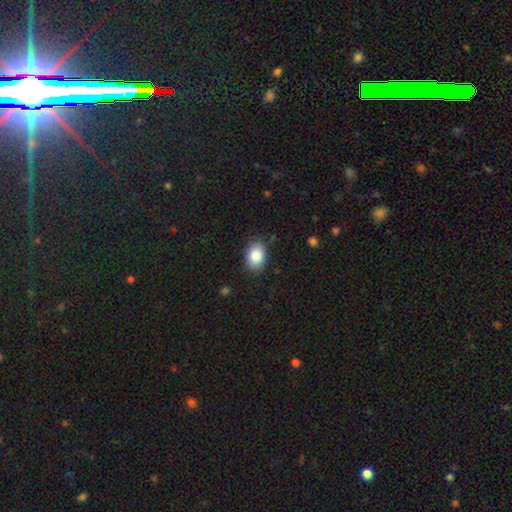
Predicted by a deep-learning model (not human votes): smooth_or_featured: smooth (p=0.86) [alt: star or artifact p=0.08]
how_rounded: in between (p=0.78) [alt: round p=0.21]
merging: none (p=0.83) [alt: minor disturbance p=0.13]